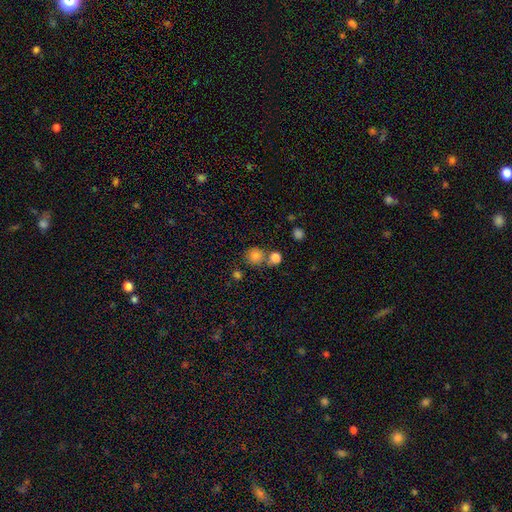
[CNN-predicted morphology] A smooth galaxy with no disk features (78%) that is round (88%).

Vote fractions:
- Smooth or featured? smooth: 78% / star or artifact: 15% / featured or disk: 7%
- How rounded? round: 88% / in between: 11% / cigar-shaped: 1%
- Merging? none: 64% / merger: 23% / minor disturbance: 9% / major disturbance: 4%